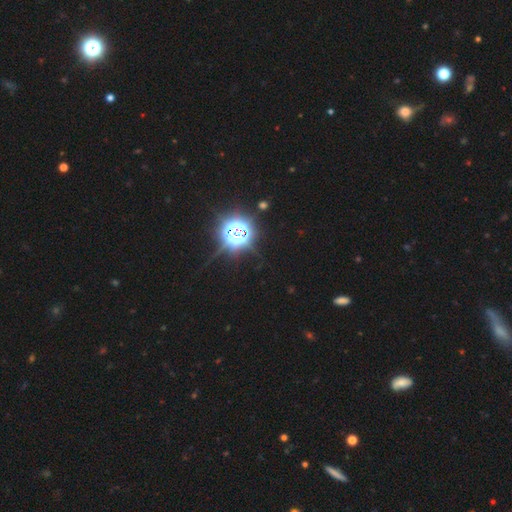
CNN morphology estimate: Smooth or featured? Predicted: star or artifact (p=0.84).